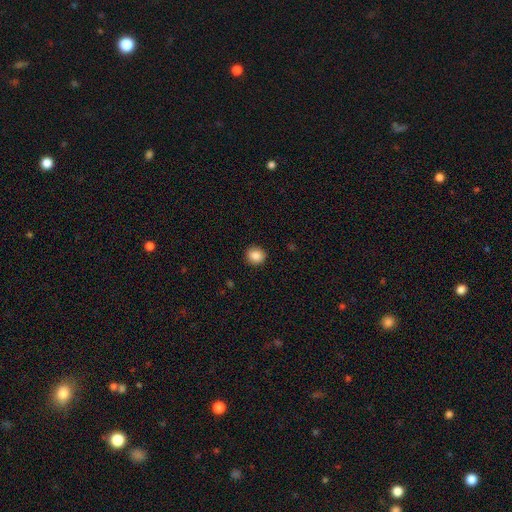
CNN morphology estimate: Q: Smooth or featured?
A: smooth (87%); runner-up: star or artifact (9%)
Q: How rounded?
A: round (85%); runner-up: in between (14%)
Q: Merging?
A: none (91%); runner-up: minor disturbance (6%)